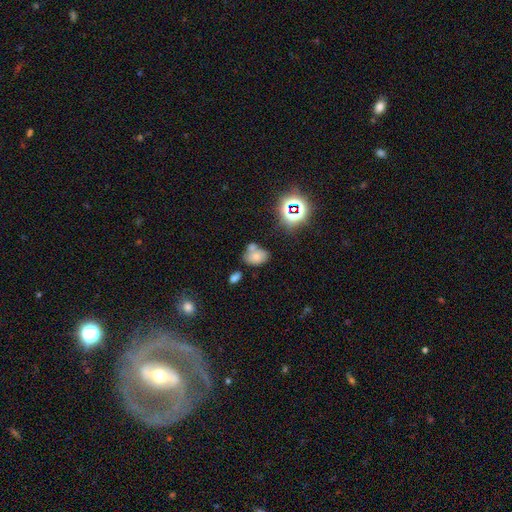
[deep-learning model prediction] Smooth or featured?
  - smooth: 64% *
  - star or artifact: 19%
  - featured or disk: 17%
How rounded?
  - in between: 78% *
  - round: 21%
  - cigar-shaped: 1%
Merging?
  - none: 41% *
  - merger: 35%
  - minor disturbance: 17%
  - major disturbance: 7%